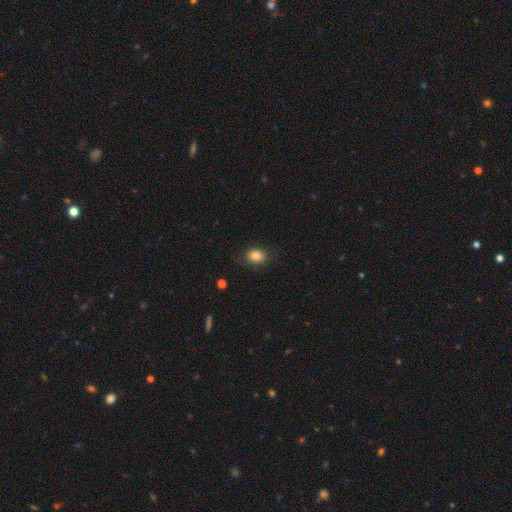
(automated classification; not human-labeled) Smooth or featured?
  - smooth: 84% *
  - star or artifact: 10%
  - featured or disk: 6%
How rounded?
  - in between: 67% *
  - round: 32%
  - cigar-shaped: 1%
Merging?
  - none: 81% *
  - minor disturbance: 14%
  - major disturbance: 4%
  - merger: 1%